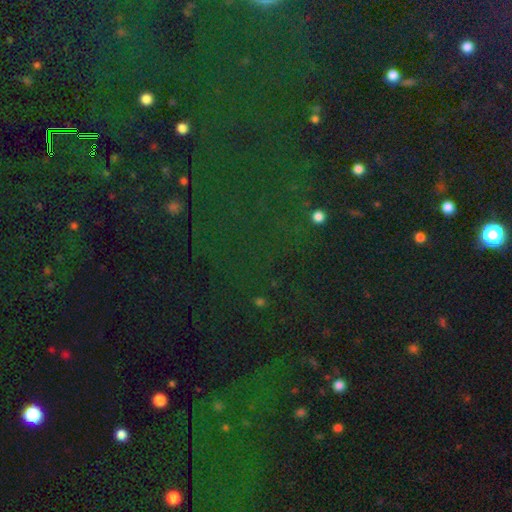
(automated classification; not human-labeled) smooth_or_featured: star or artifact (p=0.78) [alt: smooth p=0.14]